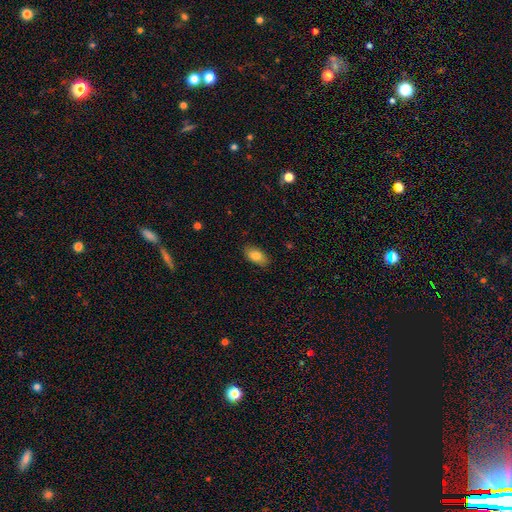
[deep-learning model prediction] A smooth galaxy with no disk features (83%) that is in between round and cigar-shaped (93%). Merging: none (86%).